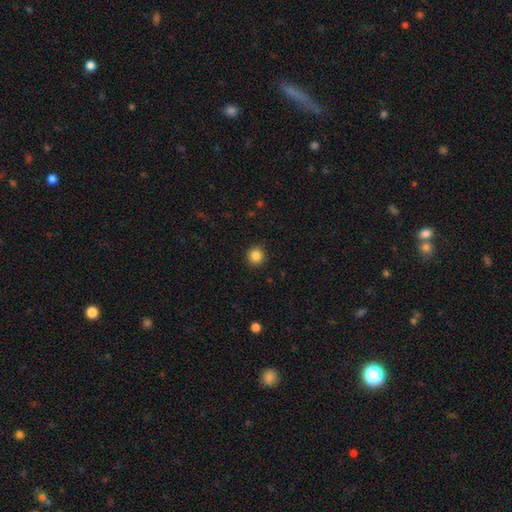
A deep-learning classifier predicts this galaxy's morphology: This is clearly a smooth galaxy (86%). How rounded: clearly round (95%). Merging: clearly none (91%).